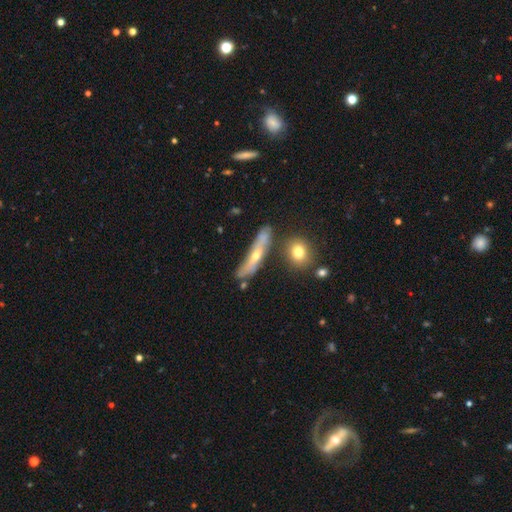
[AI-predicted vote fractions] This appears to be a featured or disk galaxy (56%) viewed edge-on (76%). Merging: none (65%).